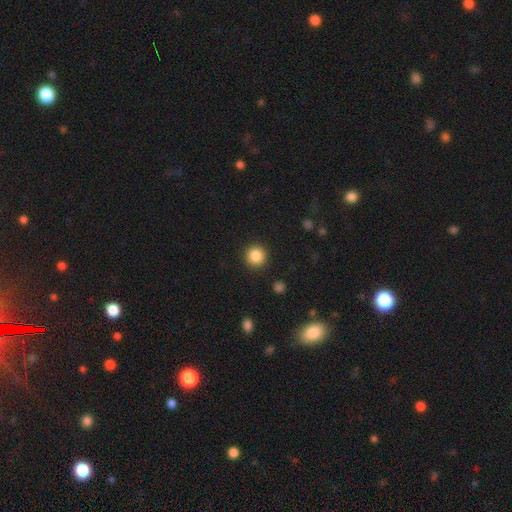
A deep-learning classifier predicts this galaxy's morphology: type=smooth (86%); roundness=round (95%); merging=none (92%).